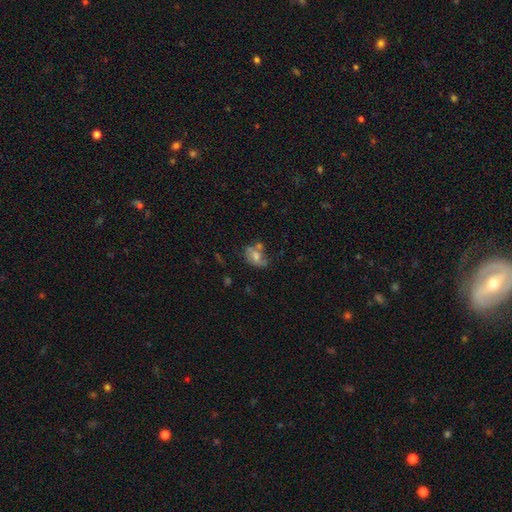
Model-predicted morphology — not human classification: smooth 49%, featured or disk 37%, star or artifact 14%. Down the decision tree: merging — none (42%).